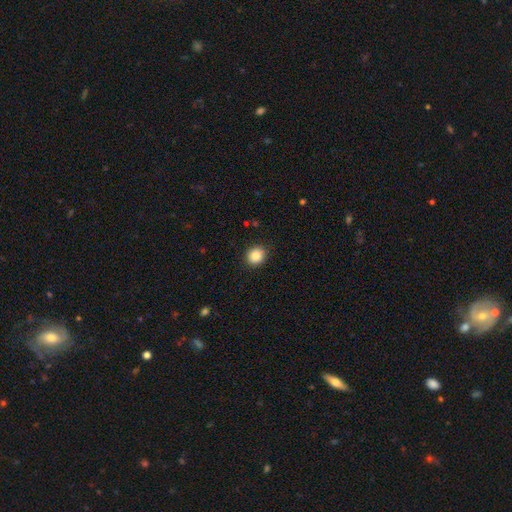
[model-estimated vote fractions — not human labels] Morphology: type=smooth (86%); roundness=round (82%); merging=none (90%).